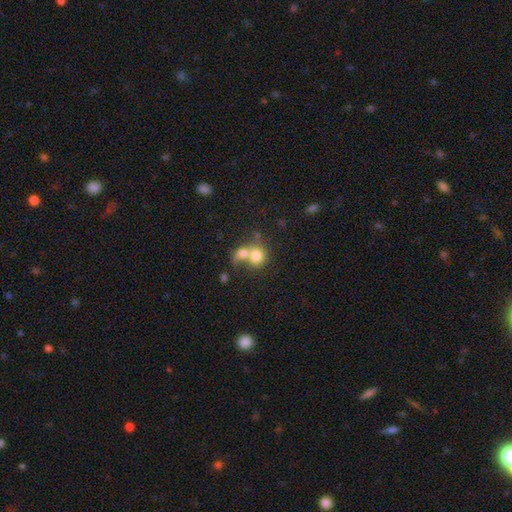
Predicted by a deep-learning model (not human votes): This is likely a smooth galaxy (75%). How rounded: likely round (72%). Merging: likely merger (67%).